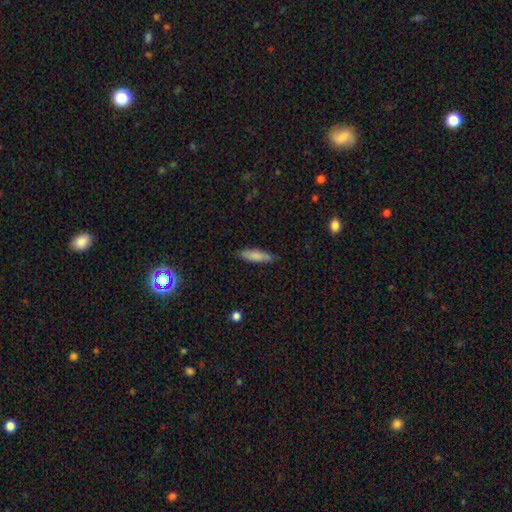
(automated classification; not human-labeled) Q: Smooth or featured?
A: smooth (82%); runner-up: featured or disk (12%)
Q: How rounded?
A: cigar-shaped (66%); runner-up: in between (32%)
Q: Merging?
A: none (84%); runner-up: minor disturbance (12%)